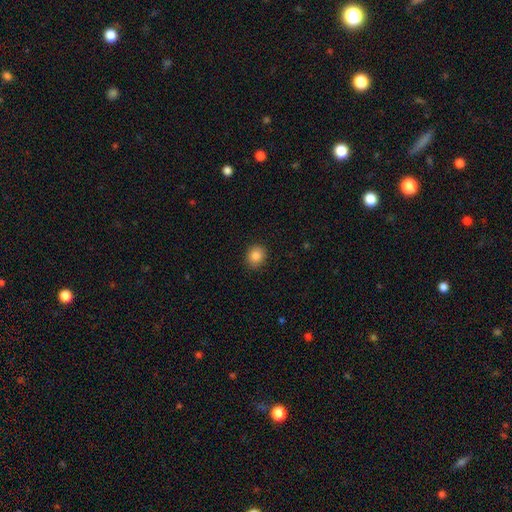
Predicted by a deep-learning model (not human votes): Overall: smooth (85%). How rounded: round (73%). Merging: none (90%).